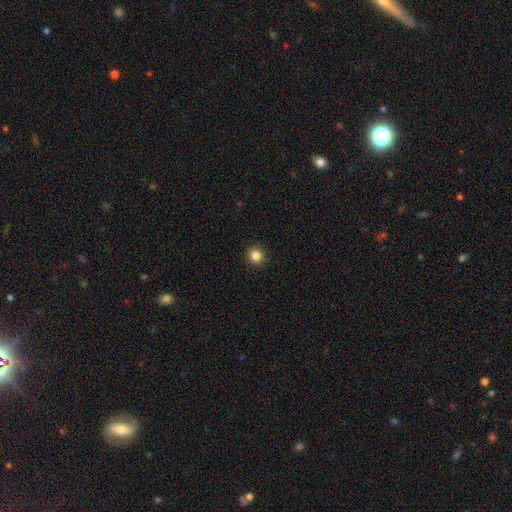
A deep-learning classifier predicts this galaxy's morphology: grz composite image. It shows a smooth galaxy with no disk features (84%) that is round (94%). Merging: none (93%).